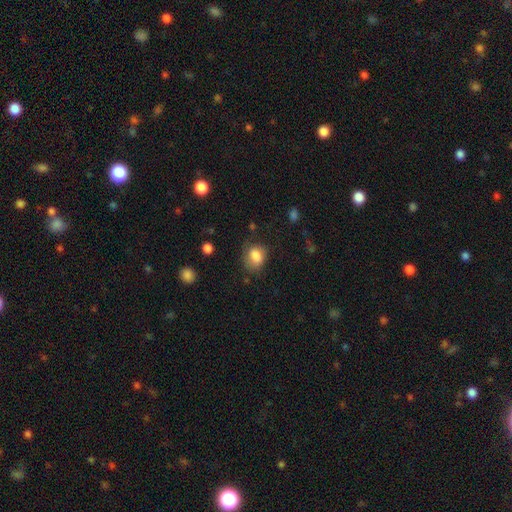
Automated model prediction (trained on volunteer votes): Overall: smooth (82%). How rounded: round (50%; in between 49%). Merging: none (61%; minor disturbance 26%).